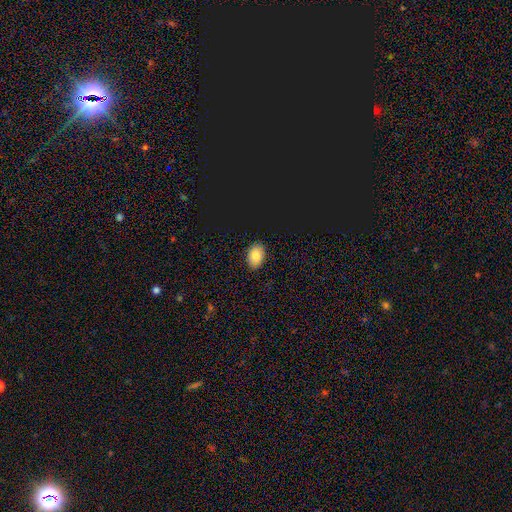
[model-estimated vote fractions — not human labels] Q: Smooth or featured?
A: smooth (82%); runner-up: star or artifact (11%)
Q: How rounded?
A: in between (83%); runner-up: round (15%)
Q: Merging?
A: none (89%); runner-up: minor disturbance (9%)